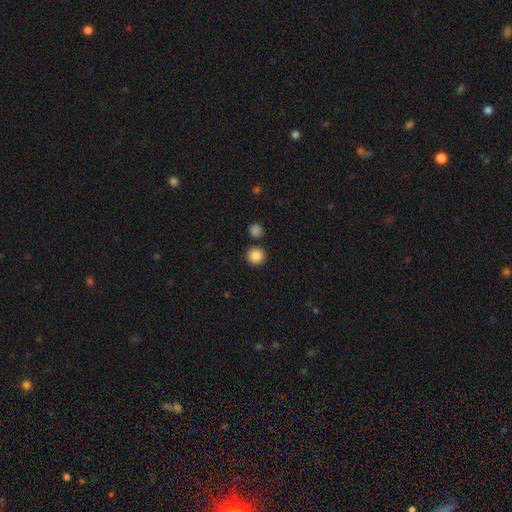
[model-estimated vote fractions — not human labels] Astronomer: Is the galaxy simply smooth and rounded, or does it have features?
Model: smooth — 87%.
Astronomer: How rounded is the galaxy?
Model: round — 95%.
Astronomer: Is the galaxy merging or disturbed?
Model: none — 87%.